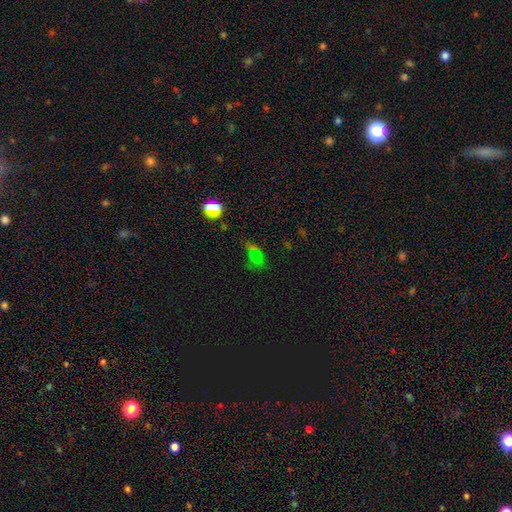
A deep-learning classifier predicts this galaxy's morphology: The model was most divided on "smooth or featured": smooth: 49%, star or artifact: 41%, featured or disk: 10%. More confident: merging — none (51%).